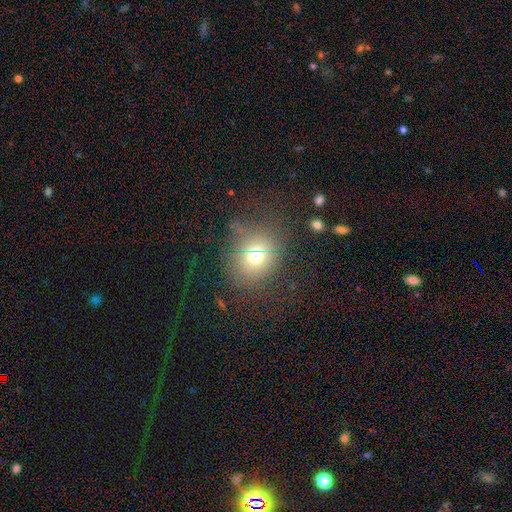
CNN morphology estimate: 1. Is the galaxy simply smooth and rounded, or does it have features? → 64% smooth, 20% star or artifact, 16% featured or disk.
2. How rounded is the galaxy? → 72% round, 27% in between, 1% cigar-shaped.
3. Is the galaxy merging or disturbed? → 68% none, 16% minor disturbance, 13% major disturbance, 3% merger.